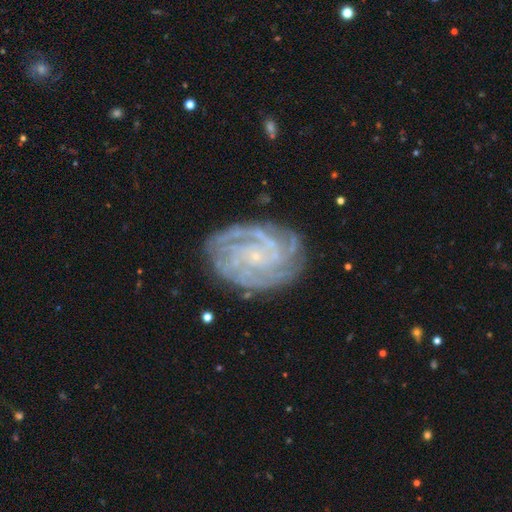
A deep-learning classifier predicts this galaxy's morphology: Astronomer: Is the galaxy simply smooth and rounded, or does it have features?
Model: featured or disk — 88%.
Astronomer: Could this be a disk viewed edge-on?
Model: no — 97%.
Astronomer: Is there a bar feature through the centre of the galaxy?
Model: no — 73%.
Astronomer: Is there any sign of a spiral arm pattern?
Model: yes — 98%.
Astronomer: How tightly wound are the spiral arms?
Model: tight — 76%.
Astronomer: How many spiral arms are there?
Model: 4 — 25% (runner-up: can't tell, 21%).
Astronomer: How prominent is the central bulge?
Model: small — 88%.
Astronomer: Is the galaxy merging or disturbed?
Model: none — 79%.